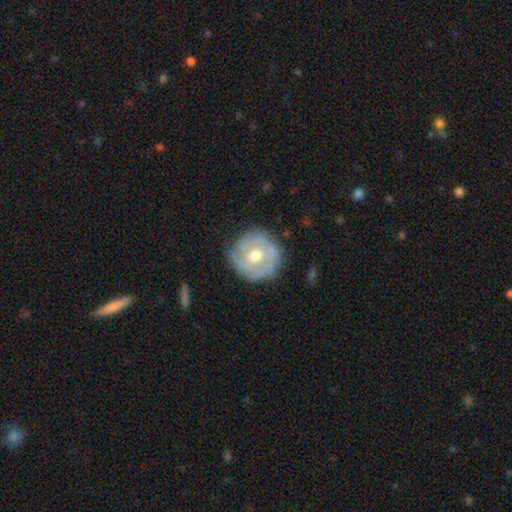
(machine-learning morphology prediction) The model was most divided on "smooth or featured": featured or disk: 67%, smooth: 27%, star or artifact: 5%. More confident: edge-on disk — no (97%); bulge size — moderate (76%); bar — no (73%); merging — none (72%); spiral arms — yes (70%).